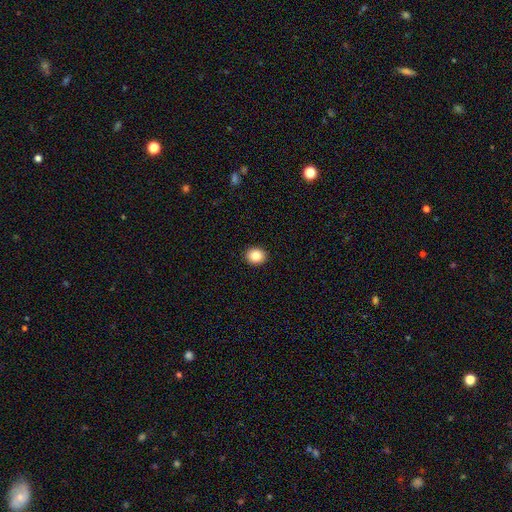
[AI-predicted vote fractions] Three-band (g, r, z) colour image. It shows a smooth galaxy with no disk features (84%) that is round (72%). Merging: none (92%).